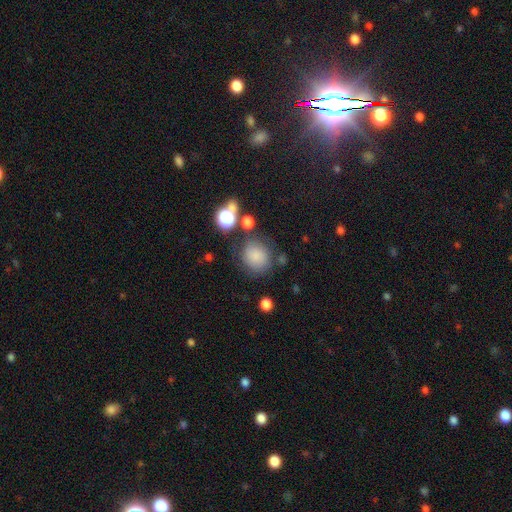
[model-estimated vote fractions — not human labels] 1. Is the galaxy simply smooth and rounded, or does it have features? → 75% smooth, 13% star or artifact, 12% featured or disk.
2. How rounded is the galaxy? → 81% round, 18% in between, 1% cigar-shaped.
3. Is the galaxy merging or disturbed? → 67% none, 18% minor disturbance, 8% major disturbance, 7% merger.